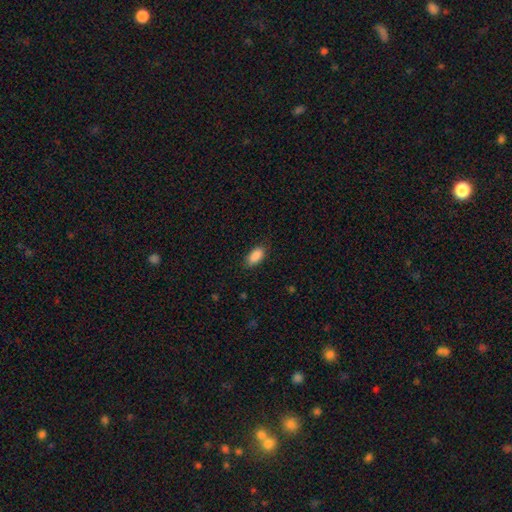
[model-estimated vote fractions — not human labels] smooth 89%, star or artifact 7%, featured or disk 4%. Down the decision tree: how rounded — in between (92%); merging — none (85%).